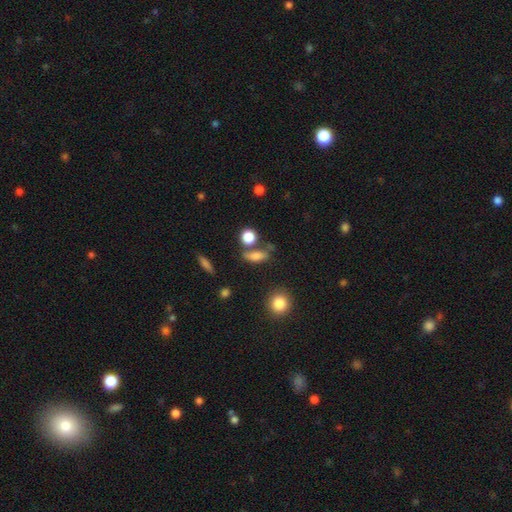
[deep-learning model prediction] Overall: smooth (74%). How rounded: in between (51%; cigar-shaped 28%). Merging: none (59%).